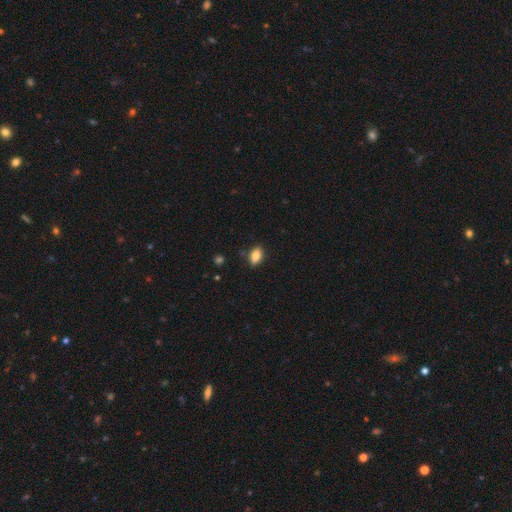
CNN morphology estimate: type=smooth (81%); roundness=in between (86%); merging=none (79%).